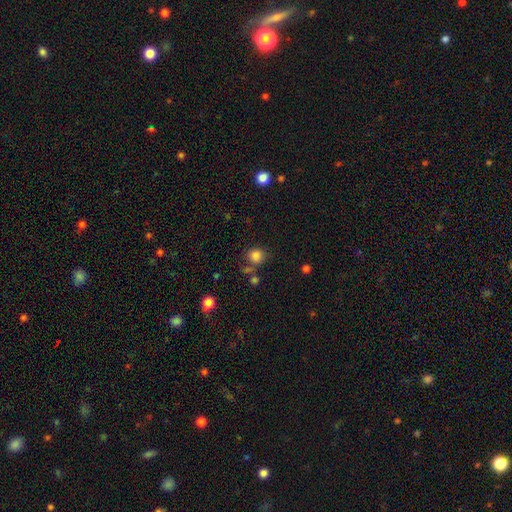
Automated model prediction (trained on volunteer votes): A smooth galaxy with no disk features (82%) that is round (83%).

Vote fractions:
- Smooth or featured? smooth: 82% / star or artifact: 13% / featured or disk: 5%
- How rounded? round: 83% / in between: 16% / cigar-shaped: 1%
- Merging? none: 70% / minor disturbance: 14% / merger: 10% / major disturbance: 5%